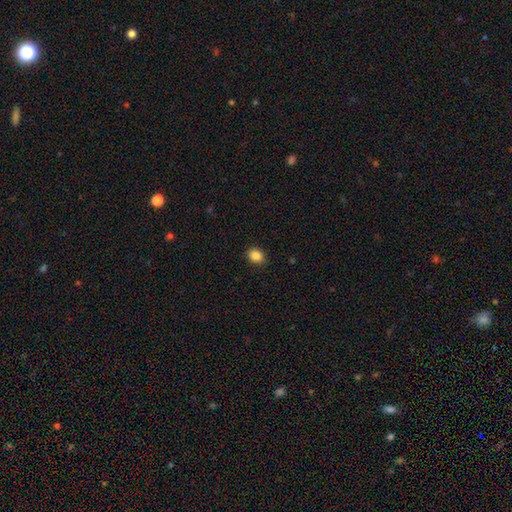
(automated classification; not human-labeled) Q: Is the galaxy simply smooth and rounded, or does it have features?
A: smooth — 86%.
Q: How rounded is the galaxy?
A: in between — 56%.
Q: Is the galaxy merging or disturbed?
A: none — 89%.